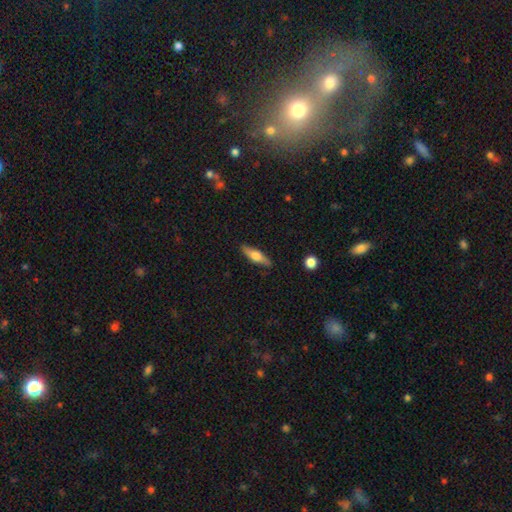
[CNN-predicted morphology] Smooth or featured: smooth — 51% (featured or disk — 44%)
How rounded: cigar-shaped — 61% (in between — 36%)
Merging: none — 86% (minor disturbance — 11%)